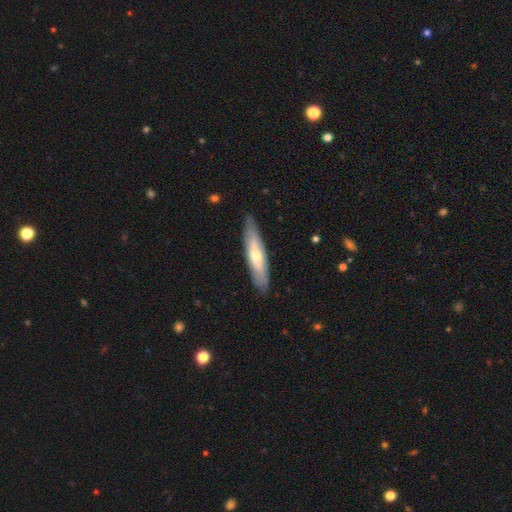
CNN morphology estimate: smooth_or_featured: smooth (p=0.49) [alt: featured or disk p=0.46]
merging: none (p=0.85) [alt: minor disturbance p=0.12]